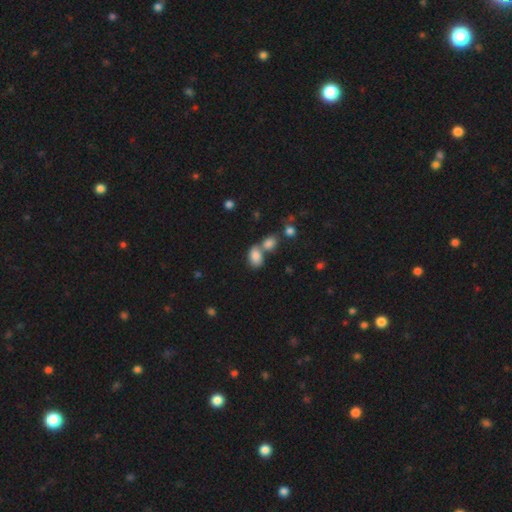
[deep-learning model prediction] Morphology: type=smooth (83%); roundness=in between (84%); merging=merger (47%).